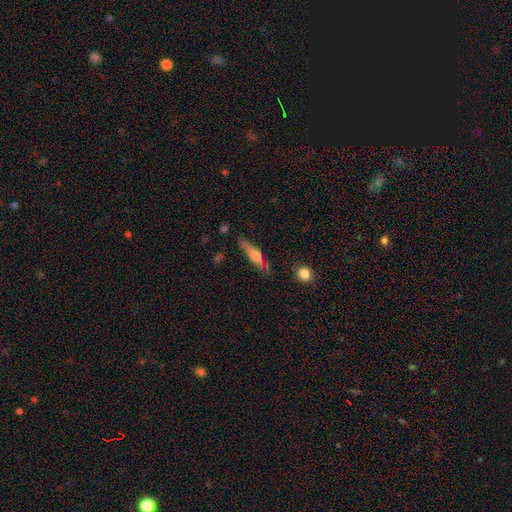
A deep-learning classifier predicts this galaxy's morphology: Smooth or featured: smooth — 49% (featured or disk — 45%)
Merging: none — 75% (minor disturbance — 17%)